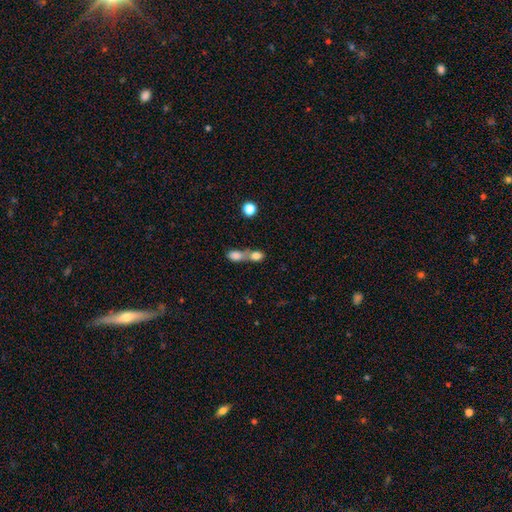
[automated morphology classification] smooth_or_featured: smooth (p=0.80) [alt: featured or disk p=0.11]
how_rounded: in between (p=0.63) [alt: round p=0.32]
merging: merger (p=0.70) [alt: none p=0.20]